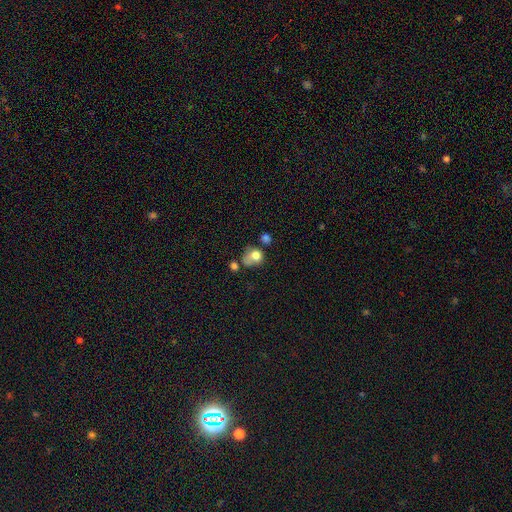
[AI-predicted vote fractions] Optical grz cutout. It shows a smooth galaxy with no disk features (73%) that is round (59%). Merging: merger (29%, tied with none).